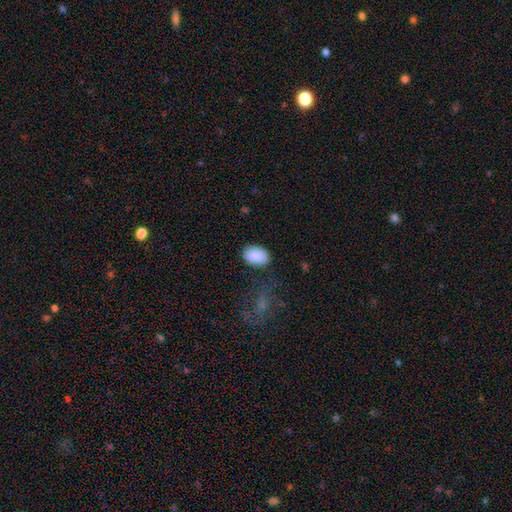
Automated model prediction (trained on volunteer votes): The model was most divided on "merging": none: 81%, minor disturbance: 14%, major disturbance: 3%, merger: 2%. More confident: smooth or featured — smooth (88%); how rounded — in between (84%).